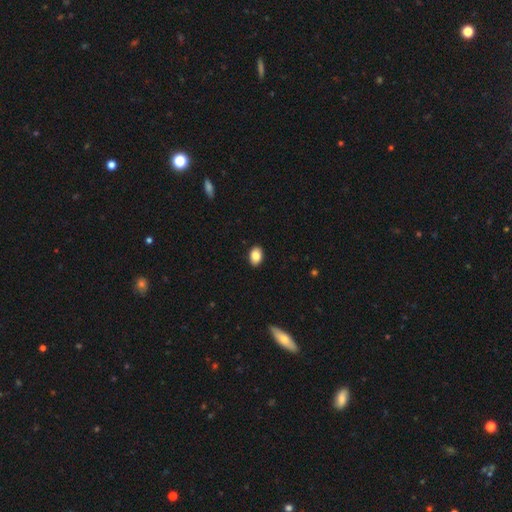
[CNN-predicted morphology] Overall: smooth (87%). How rounded: in between (81%). Merging: none (90%).